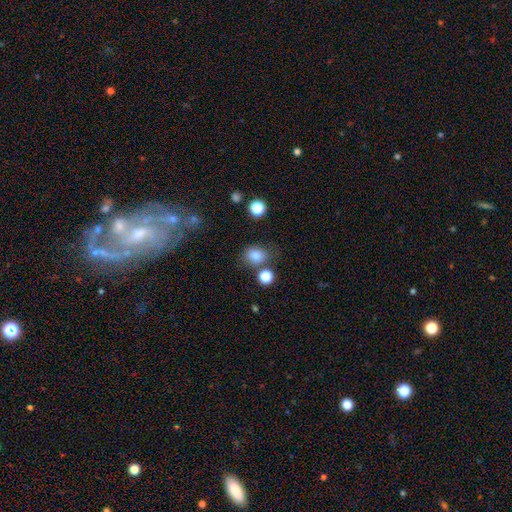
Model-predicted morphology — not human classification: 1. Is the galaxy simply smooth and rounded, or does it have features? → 82% smooth, 12% star or artifact, 6% featured or disk.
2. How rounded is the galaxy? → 58% round, 41% in between, 1% cigar-shaped.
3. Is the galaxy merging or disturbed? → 67% none, 16% minor disturbance, 11% merger, 6% major disturbance.